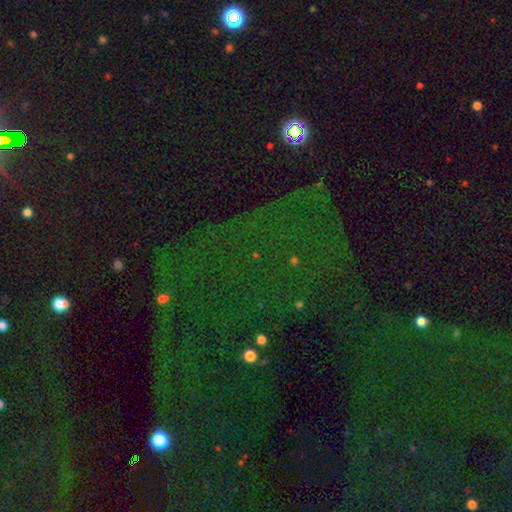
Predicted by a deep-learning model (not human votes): Smooth or featured? Predicted: star or artifact (p=0.78).